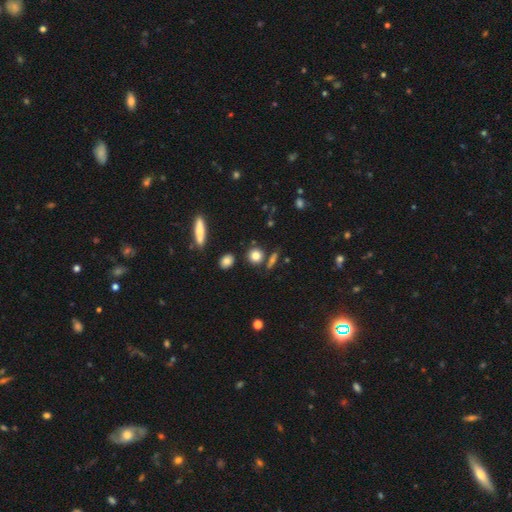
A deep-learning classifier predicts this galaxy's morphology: Q: Smooth or featured?
A: smooth (81%); runner-up: star or artifact (11%)
Q: How rounded?
A: round (81%); runner-up: in between (16%)
Q: Merging?
A: none (79%); runner-up: merger (9%)